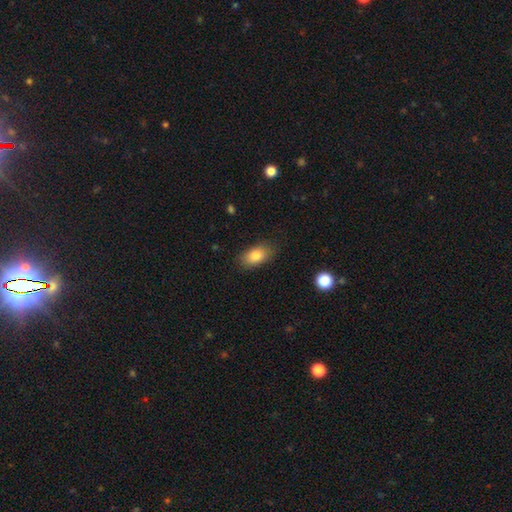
This appears to be a smooth galaxy with no disk features (89%) that is in between round and cigar-shaped (91%). Merging: none (86%).